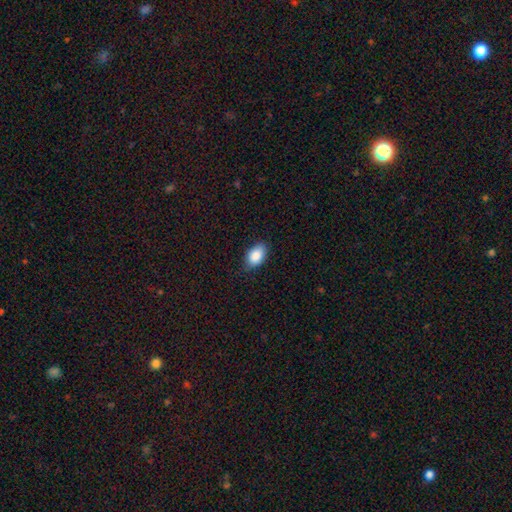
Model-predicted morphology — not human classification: Smooth or featured? Predicted: smooth (p=0.88). How rounded? Predicted: in between (p=0.90). Merging? Predicted: none (p=0.81).